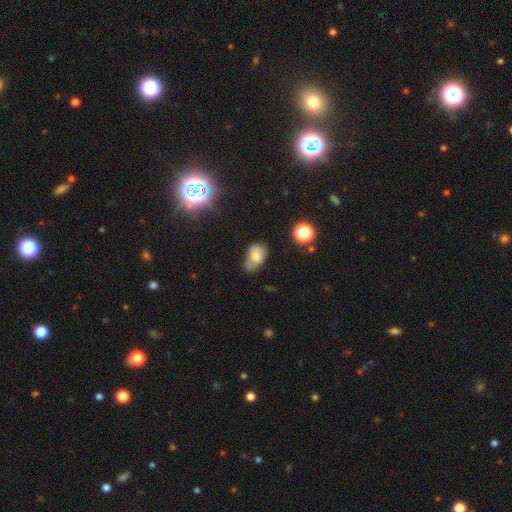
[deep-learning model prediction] Smooth or featured?
  - smooth: 61% *
  - featured or disk: 26%
  - star or artifact: 13%
How rounded?
  - in between: 84% *
  - round: 15%
  - cigar-shaped: 2%
Merging?
  - none: 44% *
  - minor disturbance: 36%
  - major disturbance: 14%
  - merger: 6%